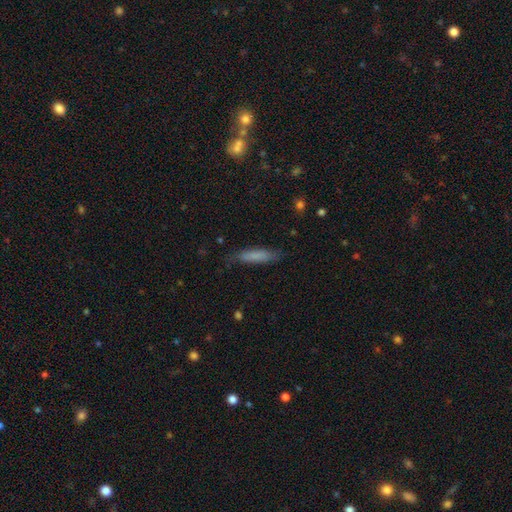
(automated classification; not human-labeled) A smooth galaxy with no disk features (76%) that is cigar-shaped (80%).

Vote fractions:
- Smooth or featured? smooth: 76% / featured or disk: 17% / star or artifact: 7%
- How rounded? cigar-shaped: 80% / in between: 18% / round: 1%
- Merging? none: 76% / minor disturbance: 18% / major disturbance: 5% / merger: 1%